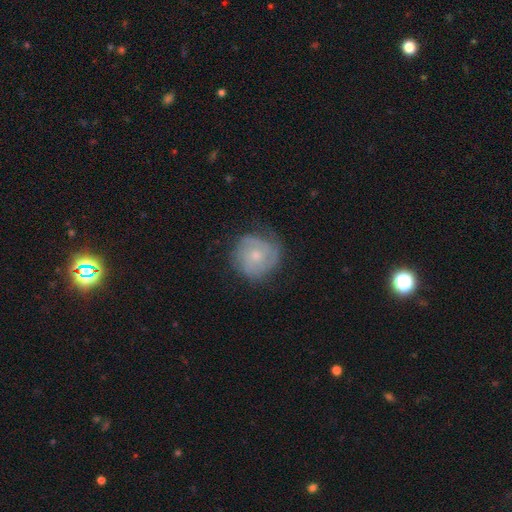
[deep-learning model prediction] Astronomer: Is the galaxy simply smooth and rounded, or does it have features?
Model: featured or disk — 58% (runner-up: smooth, 35%).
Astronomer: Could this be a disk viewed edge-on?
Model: no — 98%.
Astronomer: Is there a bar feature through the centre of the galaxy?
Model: no — 79%.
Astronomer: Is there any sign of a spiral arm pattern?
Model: yes — 81%.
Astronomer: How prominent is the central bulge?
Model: small — 50% (runner-up: moderate, 44%).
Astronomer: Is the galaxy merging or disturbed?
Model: none — 68%.